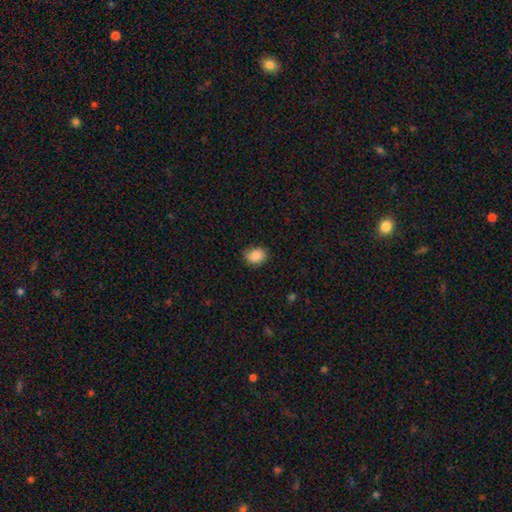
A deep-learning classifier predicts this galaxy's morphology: smooth-or-featured: smooth: 88% | star or artifact: 8% | featured or disk: 4%
  how-rounded: in between: 61% | round: 38% | cigar-shaped: 1%
  merging: none: 80% | minor disturbance: 16% | major disturbance: 3% | merger: 1%